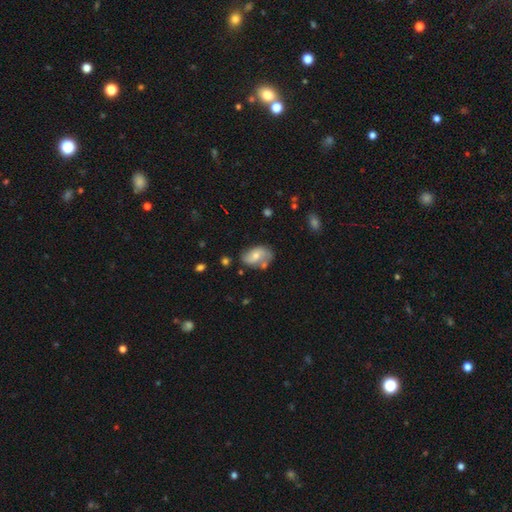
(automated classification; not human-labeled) This is possibly a featured or disk galaxy (52%). It is clearly not viewed edge-on (95%). Merging: possibly none (55%).